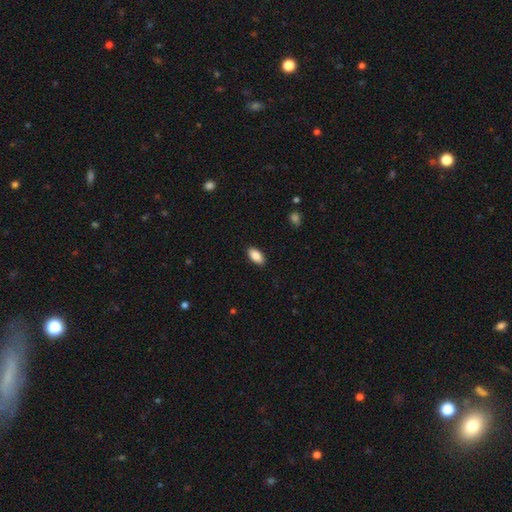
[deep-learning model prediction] The model was most divided on "merging": none: 89%, minor disturbance: 8%, major disturbance: 2%, merger: 1%. More confident: how rounded — in between (93%); smooth or featured — smooth (88%).